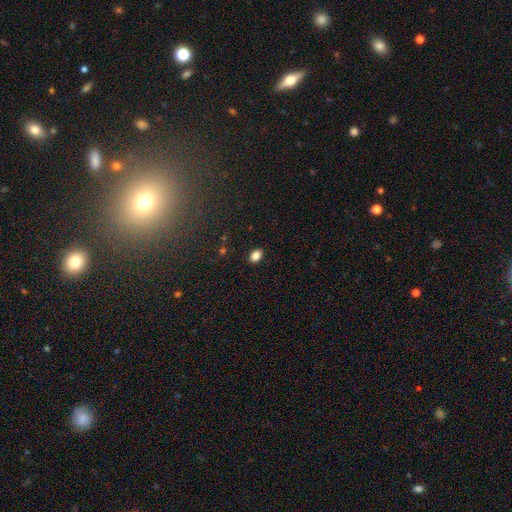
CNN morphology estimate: The model was most divided on "how rounded": in between: 82%, round: 16%, cigar-shaped: 1%. More confident: merging — none (89%); smooth or featured — smooth (84%).